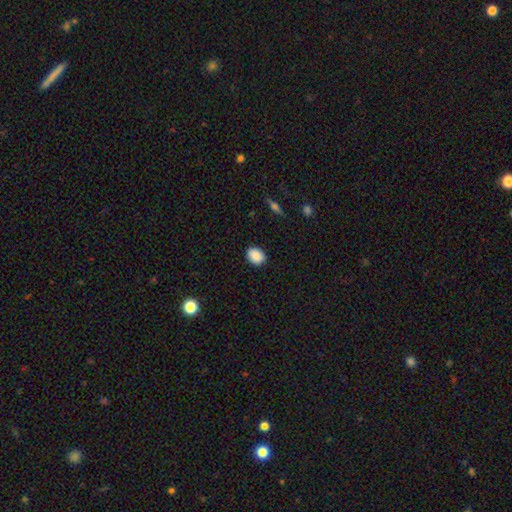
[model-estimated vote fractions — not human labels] This is clearly a smooth galaxy (89%). How rounded: possibly in between (57%). Merging: clearly none (89%).